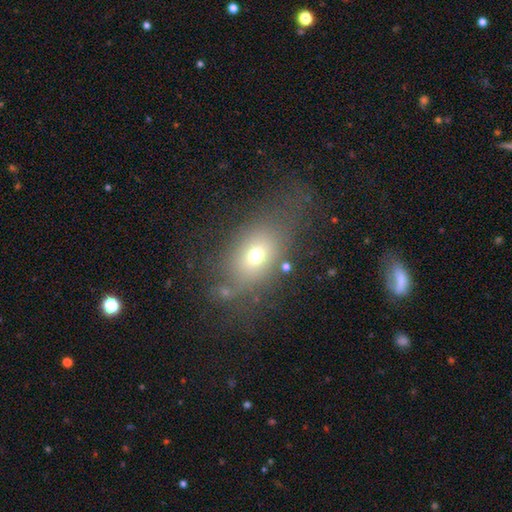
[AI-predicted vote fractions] A smooth galaxy with no disk features (65%) that is in between round and cigar-shaped (65%).

Vote fractions:
- Smooth or featured? smooth: 65% / featured or disk: 20% / star or artifact: 15%
- How rounded? in between: 65% / round: 32% / cigar-shaped: 3%
- Merging? none: 56% / major disturbance: 20% / minor disturbance: 18% / merger: 6%